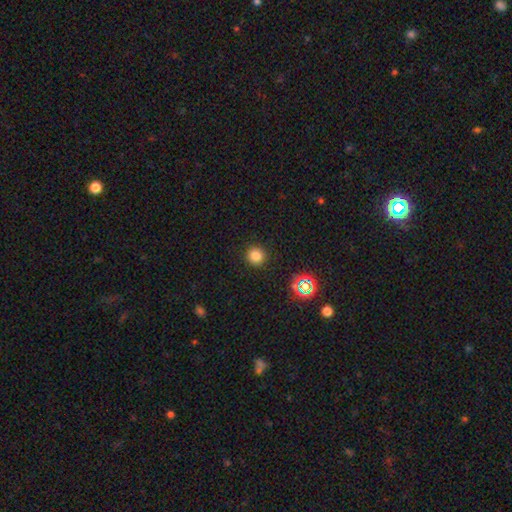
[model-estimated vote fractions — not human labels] The model was most divided on "smooth or featured": smooth: 79%, star or artifact: 16%, featured or disk: 5%. More confident: how rounded — round (94%); merging — none (91%).